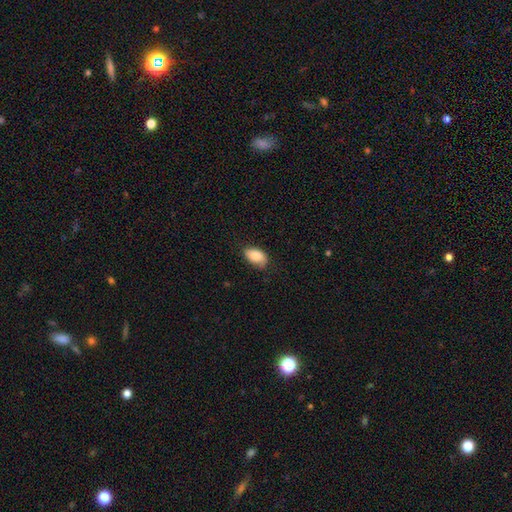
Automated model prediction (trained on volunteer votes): This appears to be a smooth galaxy with no disk features (83%) that is in between round and cigar-shaped (93%). Merging: none (71%).